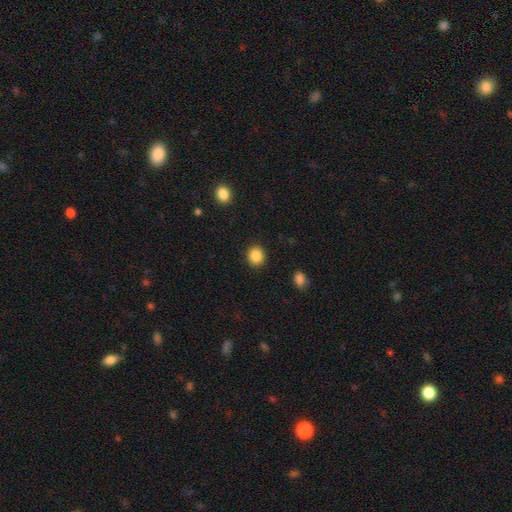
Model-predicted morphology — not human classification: A smooth galaxy with no disk features (87%) that is round (81%). Merging: none (91%).